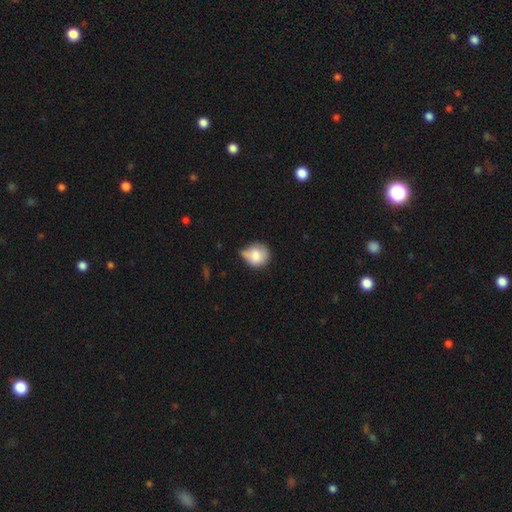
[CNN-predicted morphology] A smooth galaxy with no disk features (80%) that is round (83%).

Vote fractions:
- Smooth or featured? smooth: 80% / featured or disk: 12% / star or artifact: 8%
- How rounded? round: 83% / in between: 16% / cigar-shaped: 1%
- Merging? none: 46% / minor disturbance: 37% / major disturbance: 9% / merger: 9%